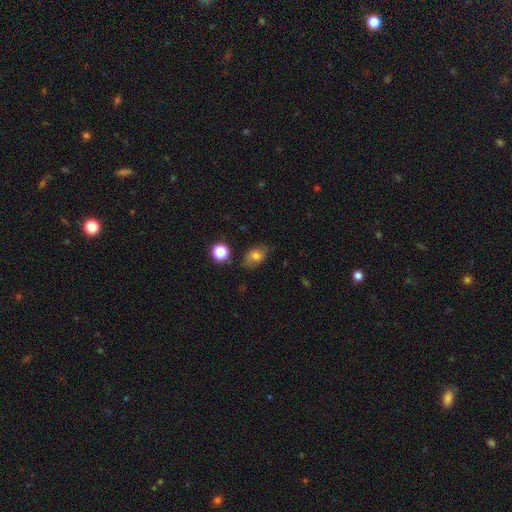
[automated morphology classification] smooth-or-featured: smooth: 72% | featured or disk: 16% | star or artifact: 12%
  how-rounded: in between: 77% | round: 21% | cigar-shaped: 2%
  merging: none: 71% | minor disturbance: 21% | major disturbance: 6% | merger: 2%